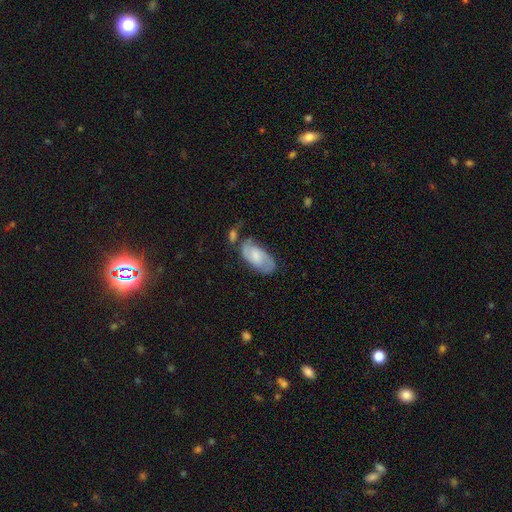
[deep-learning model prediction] A featured or disk galaxy (57%) with no bar (53%), spiral arms (88%) and a moderate central bulge (37%, tied with small).

Vote fractions:
- Smooth or featured? featured or disk: 57% / smooth: 37% / star or artifact: 7%
- Edge-on disk? no: 94% / yes: 6%
- Bar? no: 53% / weak: 40% / strong: 7%
- Spiral arms? yes: 88% / no: 12%
- Bulge size? moderate: 37% (tied) / small: 37% (tied) / none: 15% / large: 10% / dominant: 2%
- Merging? none: 57% / minor disturbance: 23% / merger: 11% / major disturbance: 9%